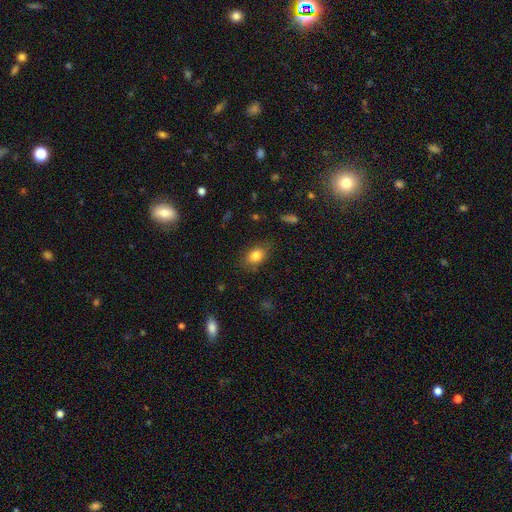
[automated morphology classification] Smooth or featured? Predicted: smooth (p=0.82). How rounded? Predicted: in between (p=0.77). Merging? Predicted: none (p=0.80).